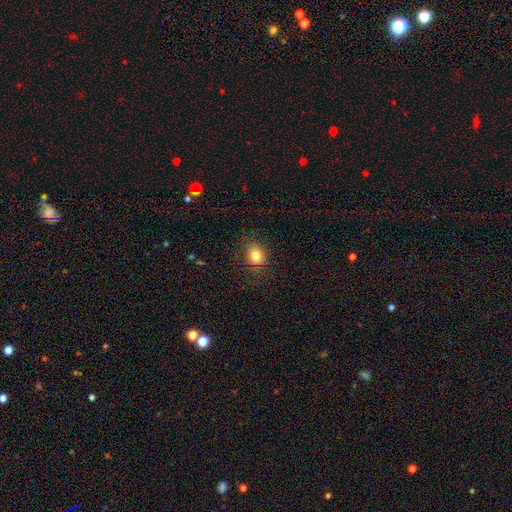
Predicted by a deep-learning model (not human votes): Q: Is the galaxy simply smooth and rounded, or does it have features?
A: smooth — 80%.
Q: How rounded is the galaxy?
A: round — 54%.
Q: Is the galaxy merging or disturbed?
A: none — 81%.